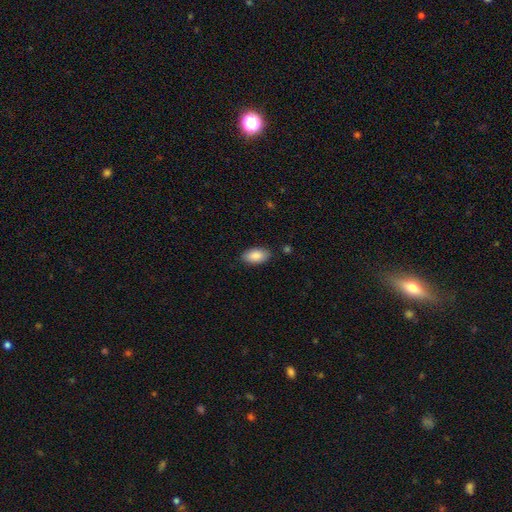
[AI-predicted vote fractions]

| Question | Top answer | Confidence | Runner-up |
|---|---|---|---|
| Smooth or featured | smooth | 88% | star or artifact (6%) |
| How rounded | in between | 94% | round (3%) |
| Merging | none | 86% | minor disturbance (10%) |